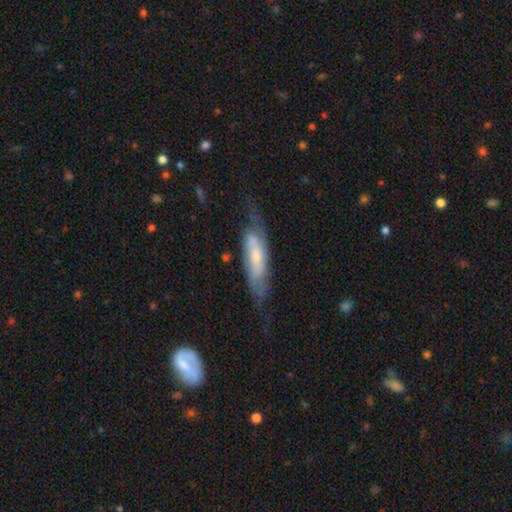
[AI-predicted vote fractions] A featured or disk galaxy (57%). Merging: none (55%).